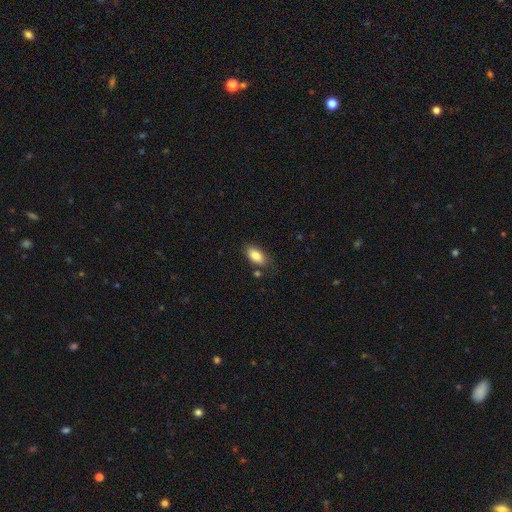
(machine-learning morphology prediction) smooth 84%, featured or disk 8%, star or artifact 7%. Down the decision tree: how rounded — in between (91%); merging — none (77%).